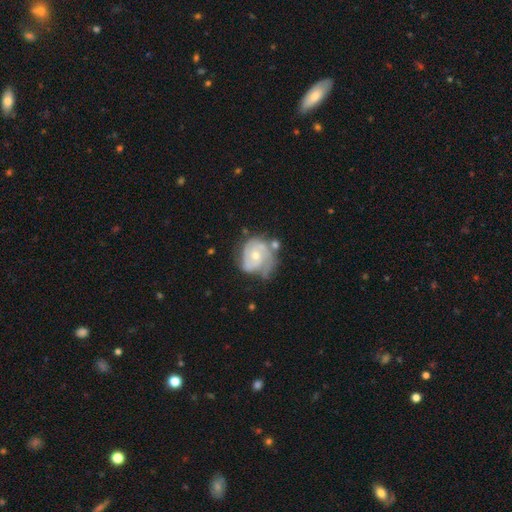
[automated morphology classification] smooth-or-featured: featured or disk: 76% | smooth: 18% | star or artifact: 6%
  disk-edge-on: no: 98% | yes: 2%
    bar: no: 73% | weak: 23% | strong: 4%
    has-spiral-arms: yes: 88% | no: 12%
      spiral-winding: tight: 57% | medium: 33% | loose: 11%
      spiral-arm-count: 2: 43% | can't tell: 26% | 3: 18% | 1: 8% | 4: 3% | more than 4: 3%
    bulge-size: moderate: 51% | small: 45% | large: 2% | none: 1% | dominant: 1%
  merging: none: 45% | minor disturbance: 30% | major disturbance: 16% | merger: 9%